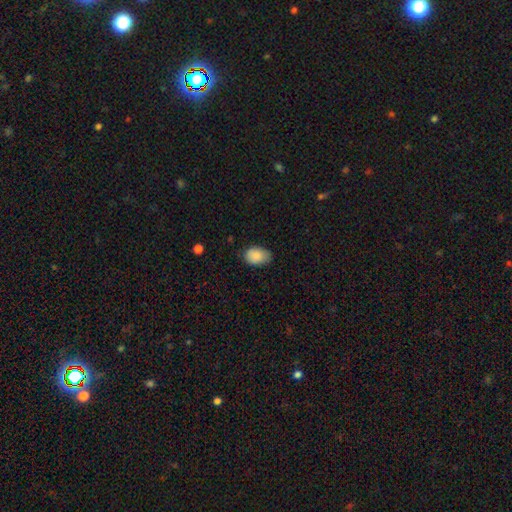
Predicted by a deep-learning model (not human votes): This appears to be a smooth galaxy with no disk features (88%) that is in between round and cigar-shaped (86%). Merging: none (69%).